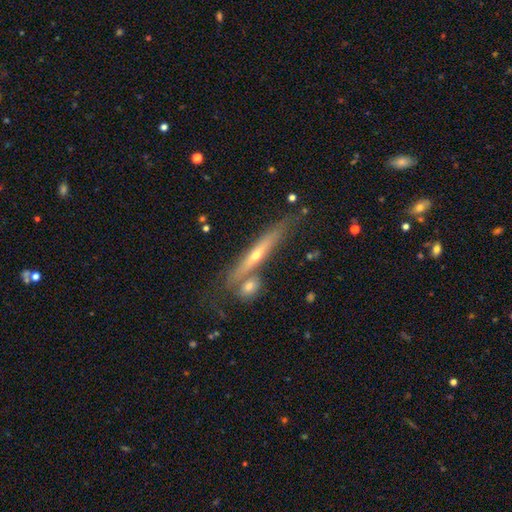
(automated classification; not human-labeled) Q: Smooth or featured?
A: featured or disk (68%); runner-up: smooth (25%)
Q: Edge-on disk?
A: yes (90%); runner-up: no (10%)
Q: Edge-on bulge?
A: rounded (77%); runner-up: none (20%)
Q: Merging?
A: none (67%); runner-up: merger (15%)